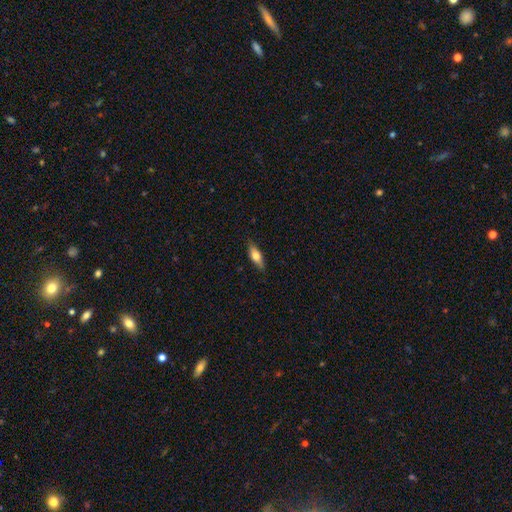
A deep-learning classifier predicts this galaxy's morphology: Smooth or featured? Predicted: smooth (p=0.64). How rounded? Predicted: in between (p=0.60). Merging? Predicted: none (p=0.85).